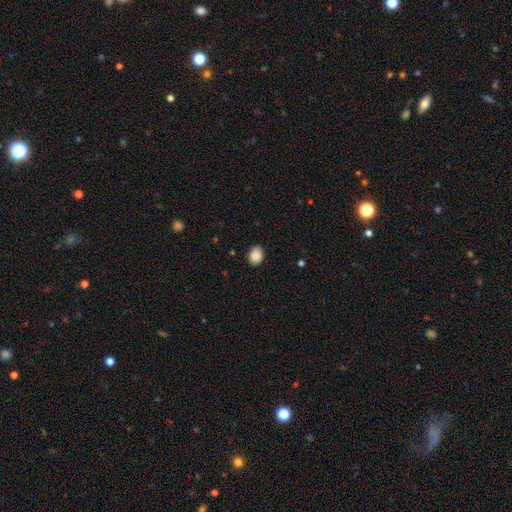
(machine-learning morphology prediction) A smooth galaxy with no disk features (88%) that is in between round and cigar-shaped (69%).

Vote fractions:
- Smooth or featured? smooth: 88% / star or artifact: 8% / featured or disk: 4%
- How rounded? in between: 69% / round: 30% / cigar-shaped: 1%
- Merging? none: 82% / minor disturbance: 15% / major disturbance: 3% / merger: 1%